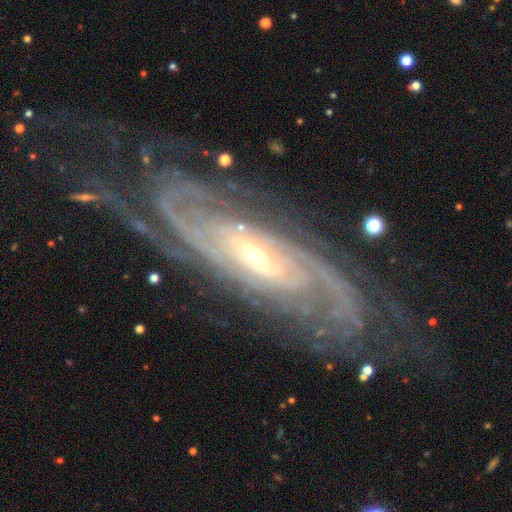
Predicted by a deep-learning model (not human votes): This appears to be a featured or disk galaxy (90%) with no bar (46%), 2 (30%) tight (65%) spiral arms (98%) and a small central bulge (66%). Merging: none (71%).